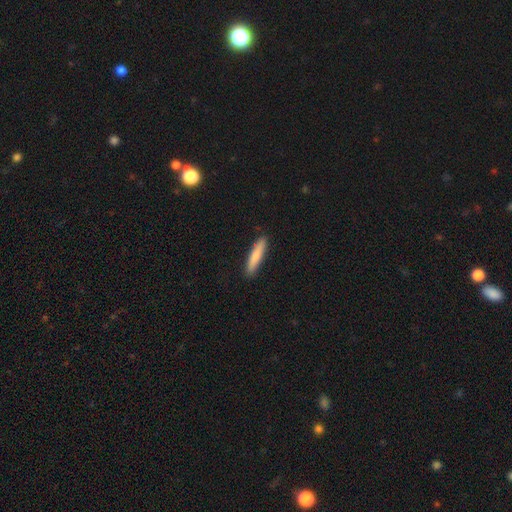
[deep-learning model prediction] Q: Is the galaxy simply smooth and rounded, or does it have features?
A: smooth — 77%.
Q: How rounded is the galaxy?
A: cigar-shaped — 87%.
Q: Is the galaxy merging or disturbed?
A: none — 91%.